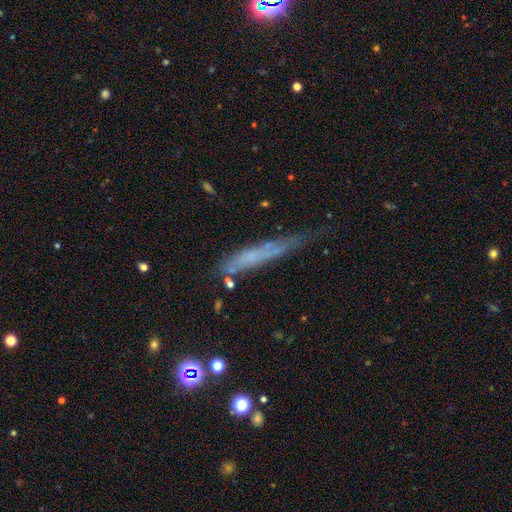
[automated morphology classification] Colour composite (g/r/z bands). It shows a smooth galaxy with no disk features (50%) that is cigar-shaped (90%). Merging: none (49%).